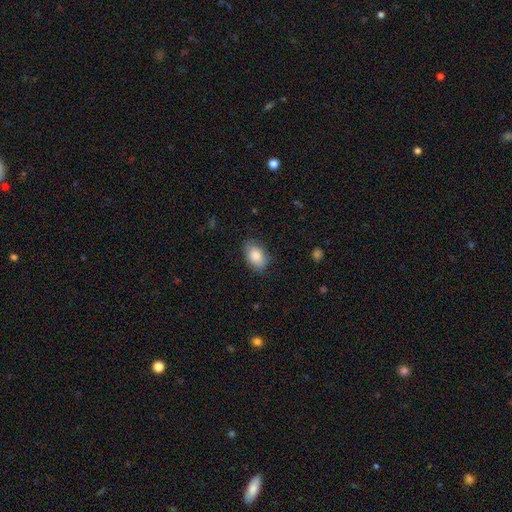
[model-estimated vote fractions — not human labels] A smooth galaxy with no disk features (85%) that is in between round and cigar-shaped (89%).

Vote fractions:
- Smooth or featured? smooth: 85% / featured or disk: 8% / star or artifact: 7%
- How rounded? in between: 89% / round: 10% / cigar-shaped: 1%
- Merging? none: 79% / minor disturbance: 16% / major disturbance: 3% / merger: 1%